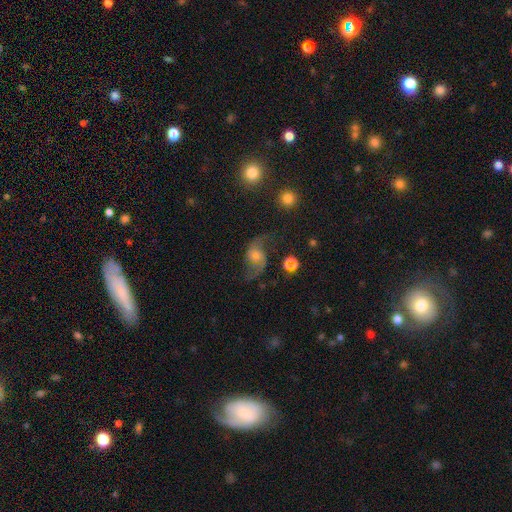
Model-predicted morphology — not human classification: smooth-or-featured: featured or disk: 80% | smooth: 12% | star or artifact: 8%
  disk-edge-on: no: 97% | yes: 3%
    bar: no: 66% | weak: 28% | strong: 5%
    has-spiral-arms: yes: 95% | no: 5%
      spiral-winding: loose: 72% | medium: 23% | tight: 5%
      spiral-arm-count: 2: 92% | 1: 3% | can't tell: 2% | 3: 1% | 4: 1% | more than 4: 1%
    bulge-size: moderate: 50% | small: 35% | large: 9% | none: 5% | dominant: 2%
  merging: none: 67% | minor disturbance: 18% | major disturbance: 12% | merger: 3%